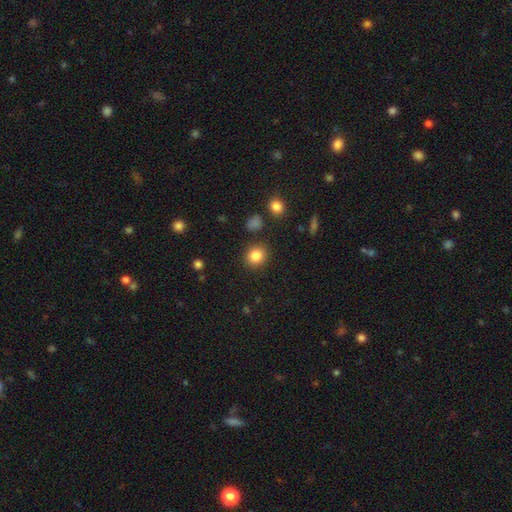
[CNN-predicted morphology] type=smooth (84%); roundness=round (81%); merging=none (88%).